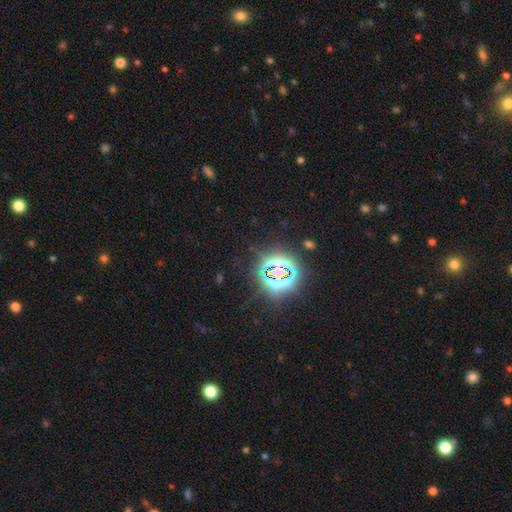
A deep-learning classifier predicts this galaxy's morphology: type=star or artifact (76%).